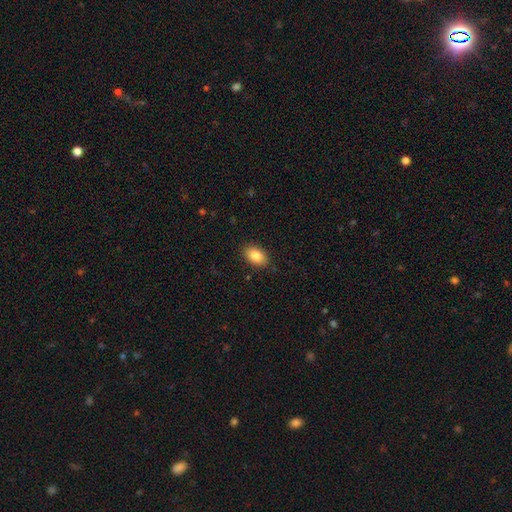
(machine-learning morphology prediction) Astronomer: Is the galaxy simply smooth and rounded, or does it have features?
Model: smooth — 85%.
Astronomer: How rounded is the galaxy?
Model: in between — 90%.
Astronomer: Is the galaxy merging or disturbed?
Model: none — 87%.